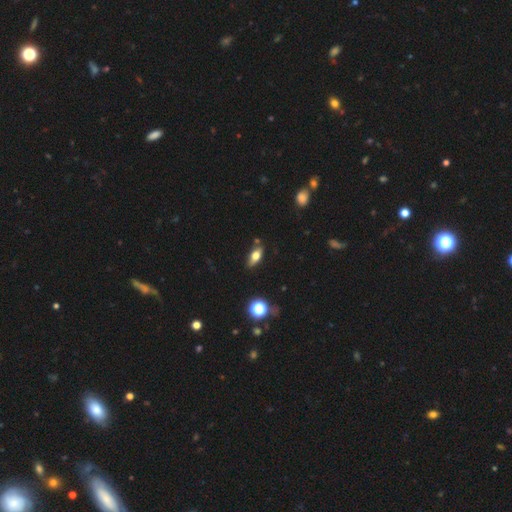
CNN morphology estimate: A smooth galaxy with no disk features (62%) that is in between round and cigar-shaped (76%).

Vote fractions:
- Smooth or featured? smooth: 62% / featured or disk: 29% / star or artifact: 9%
- How rounded? in between: 76% / cigar-shaped: 19% / round: 5%
- Merging? none: 75% / minor disturbance: 16% / merger: 5% / major disturbance: 4%